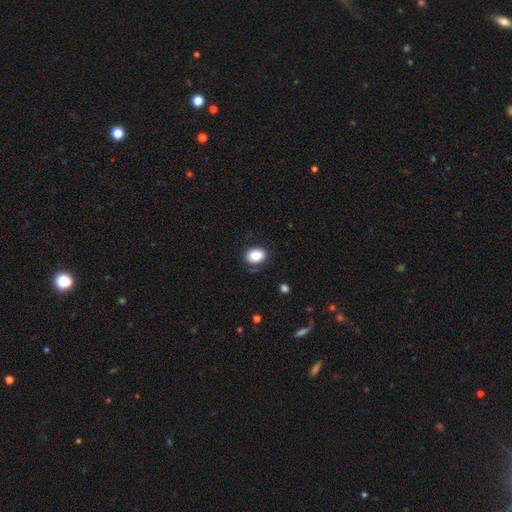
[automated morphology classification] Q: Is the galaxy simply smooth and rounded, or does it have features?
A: smooth — 88%.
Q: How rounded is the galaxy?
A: in between — 69%.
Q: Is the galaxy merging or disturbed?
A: none — 80%.